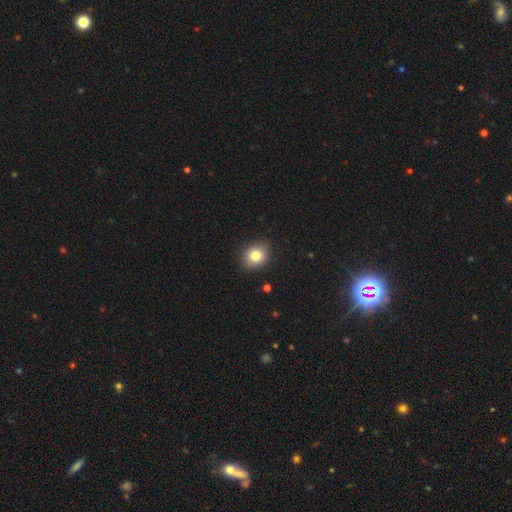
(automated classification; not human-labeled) smooth-or-featured: smooth: 81% | star or artifact: 11% | featured or disk: 8%
  how-rounded: round: 69% | in between: 30% | cigar-shaped: 1%
  merging: none: 88% | minor disturbance: 9% | major disturbance: 2% | merger: 1%